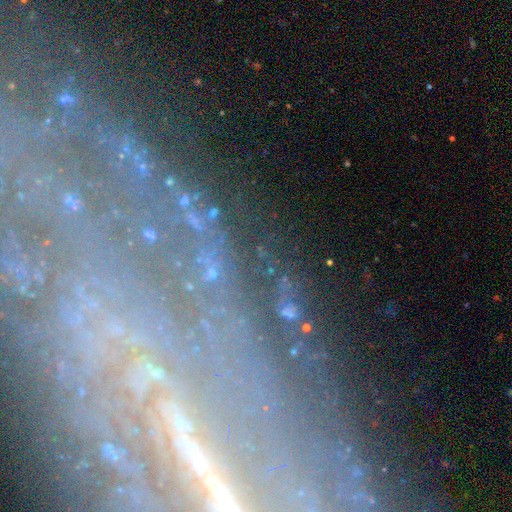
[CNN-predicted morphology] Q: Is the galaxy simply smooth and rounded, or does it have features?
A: featured or disk — 53%.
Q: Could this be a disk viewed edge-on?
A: no — 73%.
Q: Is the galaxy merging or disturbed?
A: none — 72%.